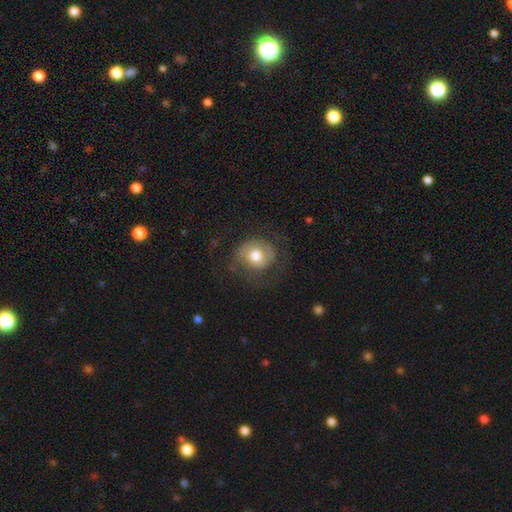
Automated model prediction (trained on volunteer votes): Smooth or featured: smooth — 51% (featured or disk — 41%)
How rounded: round — 78% (in between — 21%)
Merging: none — 55% (major disturbance — 24%)